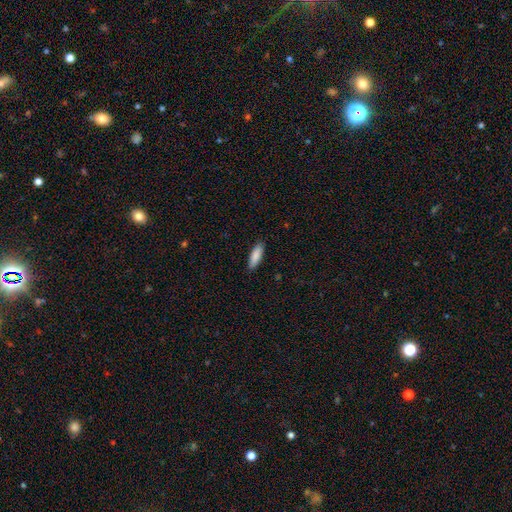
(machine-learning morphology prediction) Q: Smooth or featured?
A: smooth (87%); runner-up: featured or disk (8%)
Q: How rounded?
A: in between (57%); runner-up: cigar-shaped (42%)
Q: Merging?
A: none (87%); runner-up: minor disturbance (10%)